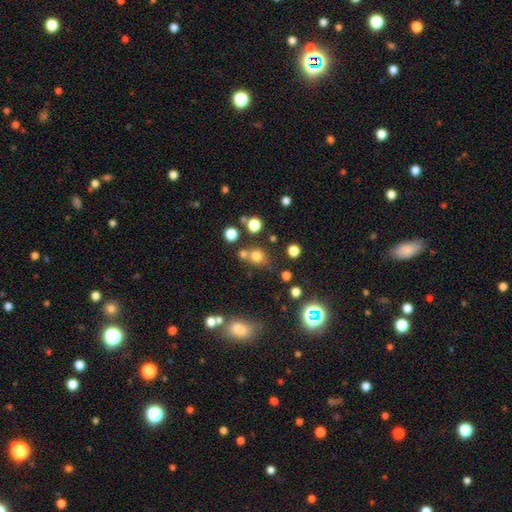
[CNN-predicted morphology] A smooth galaxy with no disk features (74%) that is round (78%). Merging: none (58%).